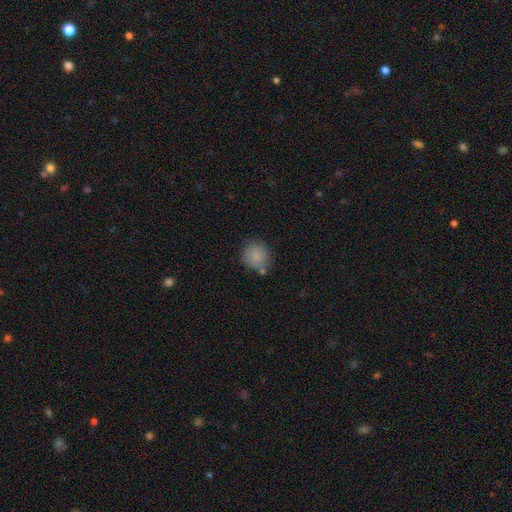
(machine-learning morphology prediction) Smooth or featured?
  - smooth: 82% *
  - featured or disk: 10%
  - star or artifact: 8%
How rounded?
  - round: 84% *
  - in between: 15%
  - cigar-shaped: 1%
Merging?
  - none: 61% *
  - minor disturbance: 20%
  - merger: 13%
  - major disturbance: 6%